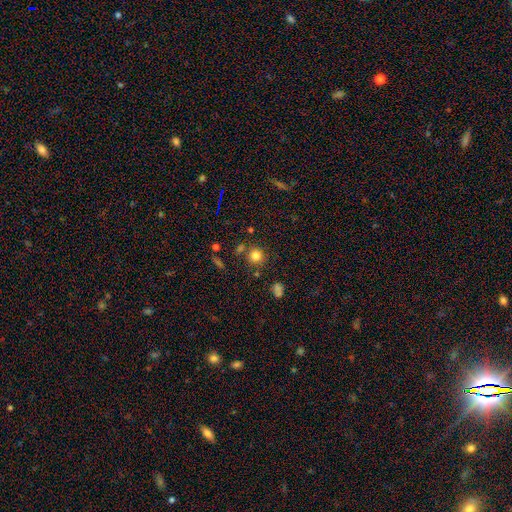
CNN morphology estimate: type=smooth (80%); roundness=round (91%); merging=none (77%).